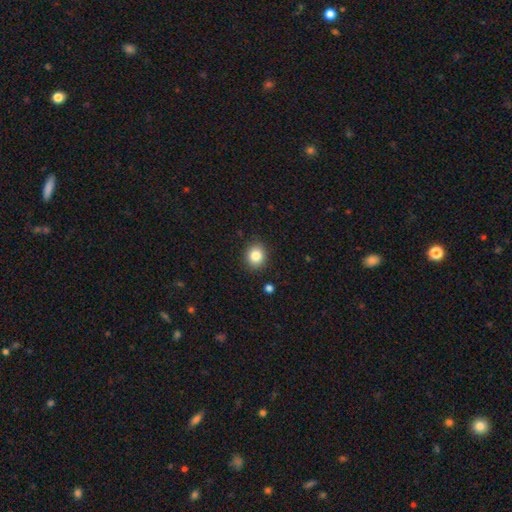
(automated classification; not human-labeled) Smooth or featured? Predicted: smooth (p=0.84). How rounded? Predicted: round (p=0.73). Merging? Predicted: none (p=0.89).